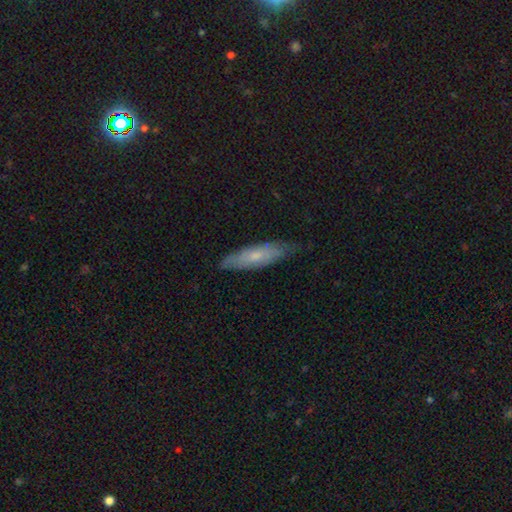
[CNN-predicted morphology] Overall: smooth (54%; featured or disk 40%). How rounded: cigar-shaped (63%; in between 35%). Merging: none (73%).